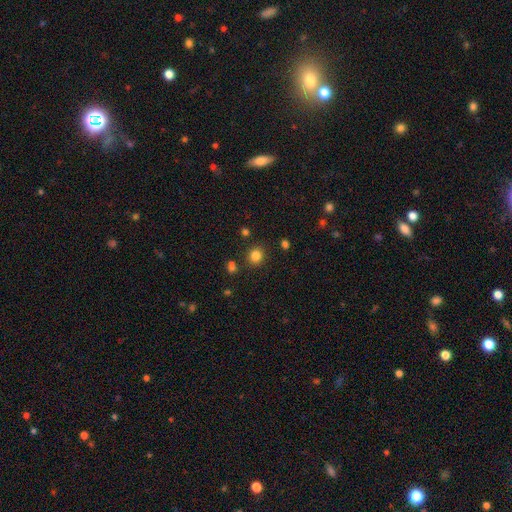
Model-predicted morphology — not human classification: The model was most divided on "smooth or featured": smooth: 83%, star or artifact: 13%, featured or disk: 4%. More confident: merging — none (86%); how rounded — round (85%).